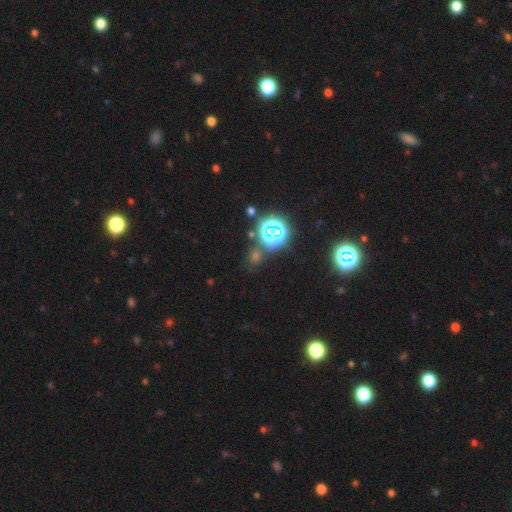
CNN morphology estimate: Smooth or featured?
  - star or artifact: 59% *
  - smooth: 33%
  - featured or disk: 8%